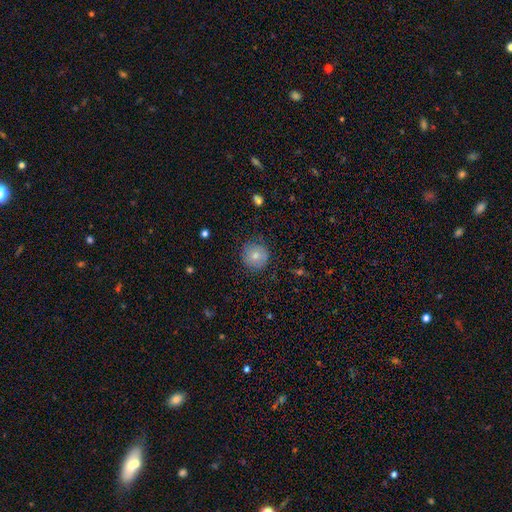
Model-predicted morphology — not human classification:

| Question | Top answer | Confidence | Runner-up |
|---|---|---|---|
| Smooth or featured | smooth | 76% | featured or disk (15%) |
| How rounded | round | 93% | in between (6%) |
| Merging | none | 83% | minor disturbance (13%) |